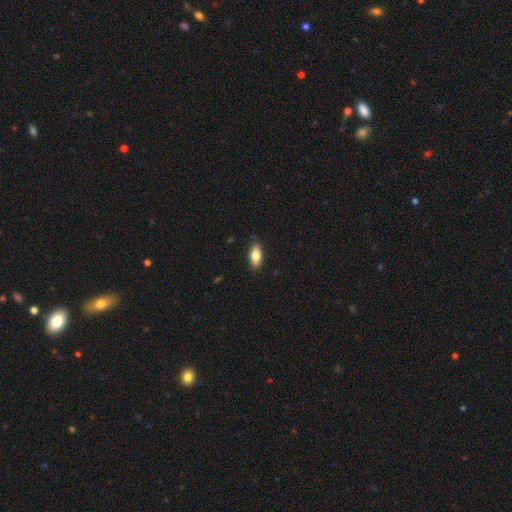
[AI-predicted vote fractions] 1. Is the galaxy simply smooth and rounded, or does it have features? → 79% smooth, 14% featured or disk, 7% star or artifact.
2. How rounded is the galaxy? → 83% in between, 14% cigar-shaped, 3% round.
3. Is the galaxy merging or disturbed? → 85% none, 12% minor disturbance, 2% major disturbance, 1% merger.